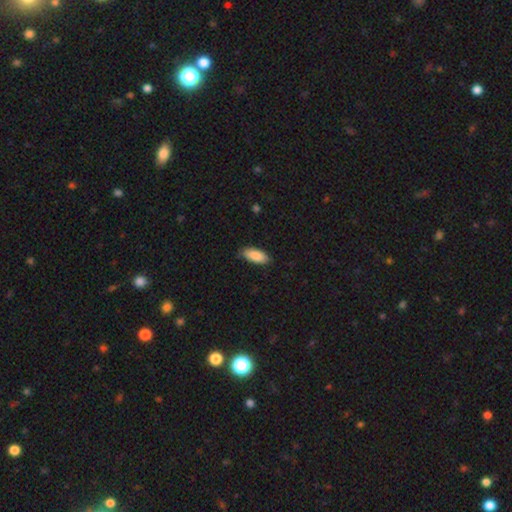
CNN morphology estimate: Smooth or featured?
  - smooth: 87% *
  - featured or disk: 7%
  - star or artifact: 6%
How rounded?
  - in between: 86% *
  - cigar-shaped: 13%
  - round: 2%
Merging?
  - none: 79% *
  - minor disturbance: 18%
  - major disturbance: 2%
  - merger: 1%